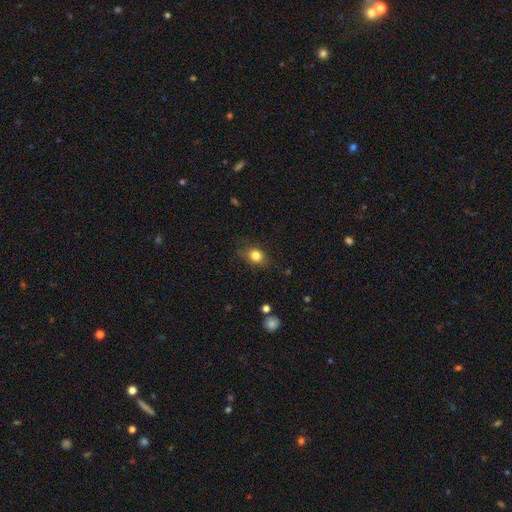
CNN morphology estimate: Q: Smooth or featured?
A: smooth (82%); runner-up: star or artifact (10%)
Q: How rounded?
A: in between (50%); runner-up: round (48%)
Q: Merging?
A: none (78%); runner-up: minor disturbance (16%)